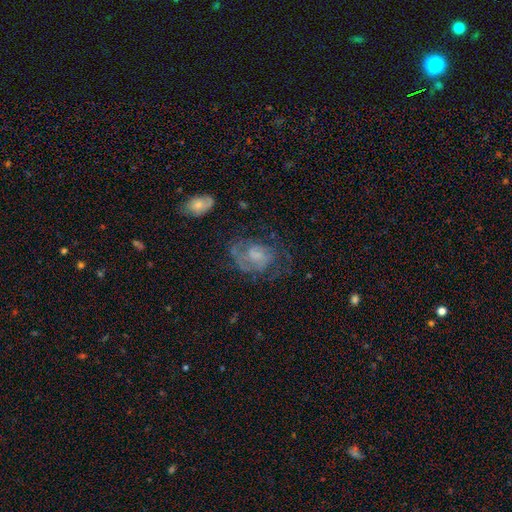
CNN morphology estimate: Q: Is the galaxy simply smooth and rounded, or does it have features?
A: featured or disk — 67%.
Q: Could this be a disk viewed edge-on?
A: no — 97%.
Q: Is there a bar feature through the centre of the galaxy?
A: no — 56%.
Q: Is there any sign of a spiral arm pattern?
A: yes — 81%.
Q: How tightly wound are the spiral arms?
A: medium — 41%, tied with tight.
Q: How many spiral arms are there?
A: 2 — 43%.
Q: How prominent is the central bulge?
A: none — 37%.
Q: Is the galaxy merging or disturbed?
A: none — 50%.